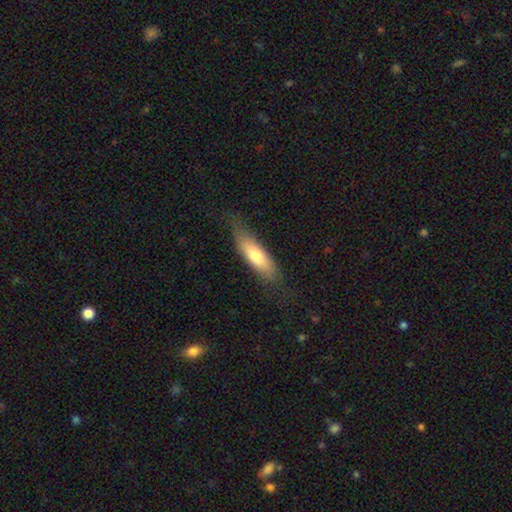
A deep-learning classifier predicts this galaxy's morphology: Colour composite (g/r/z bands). It shows a smooth galaxy with no disk features (71%) that is in between round and cigar-shaped (50%). Merging: none (70%).